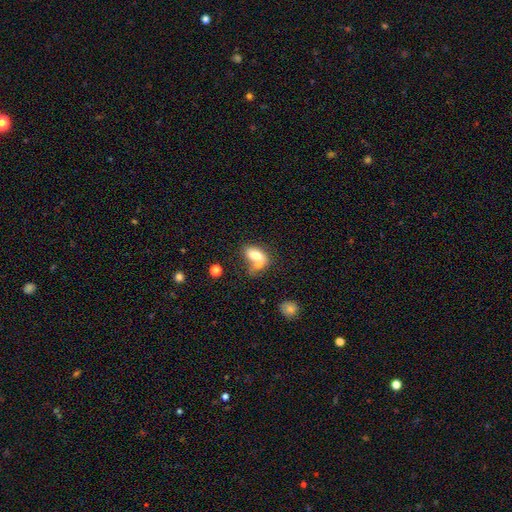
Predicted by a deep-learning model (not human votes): A smooth galaxy with no disk features (71%) that is in between round and cigar-shaped (87%). Merging: merger (49%).